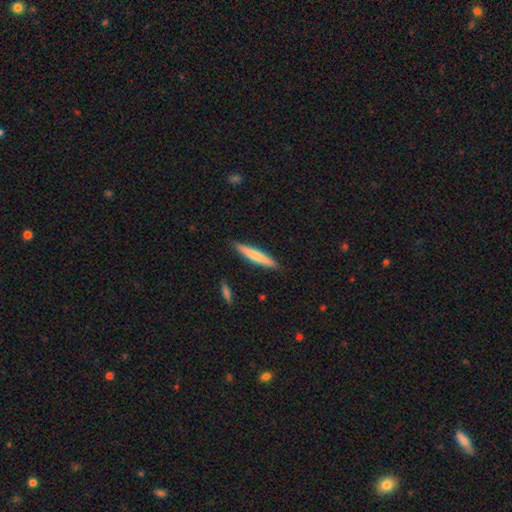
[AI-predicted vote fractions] This appears to be a smooth galaxy with no disk features (71%) that is cigar-shaped (93%). Merging: none (90%).